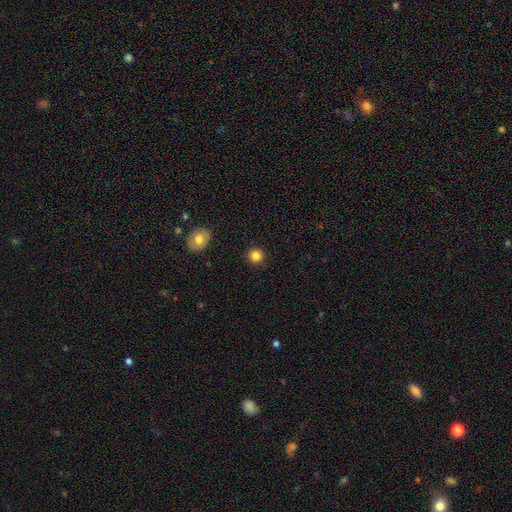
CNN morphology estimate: smooth-or-featured: smooth: 84% | star or artifact: 11% | featured or disk: 4%
  how-rounded: round: 93% | in between: 6% | cigar-shaped: 1%
  merging: none: 91% | minor disturbance: 6% | major disturbance: 2% | merger: 1%